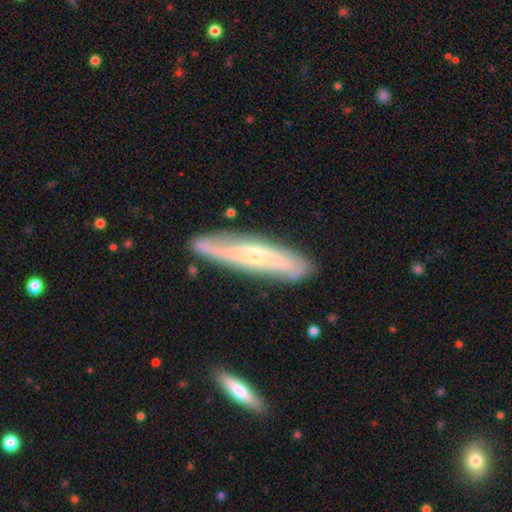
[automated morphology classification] A featured or disk galaxy (66%).

Vote fractions:
- Smooth or featured? featured or disk: 66% / smooth: 27% / star or artifact: 6%
- Edge-on disk? no: 55% / yes: 45%
- Merging? none: 77% / minor disturbance: 16% / major disturbance: 4% / merger: 3%